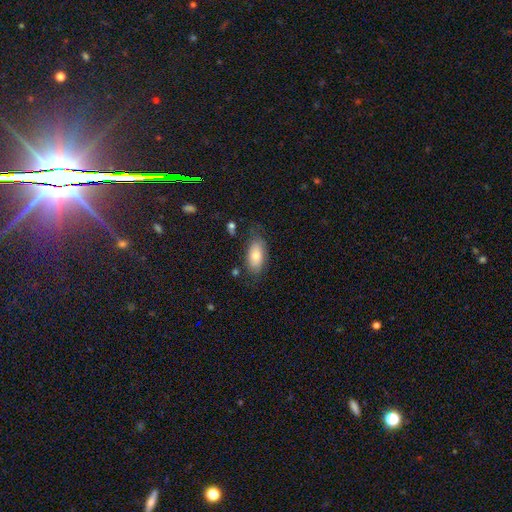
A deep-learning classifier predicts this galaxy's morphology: Overall: smooth (76%). How rounded: in between (90%). Merging: none (71%).